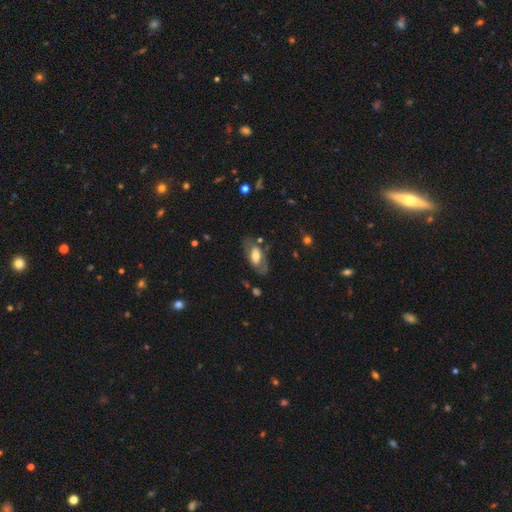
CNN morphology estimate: smooth-or-featured: featured or disk: 49% | smooth: 44% | star or artifact: 7%
  merging: none: 67% | minor disturbance: 19% | major disturbance: 11% | merger: 3%